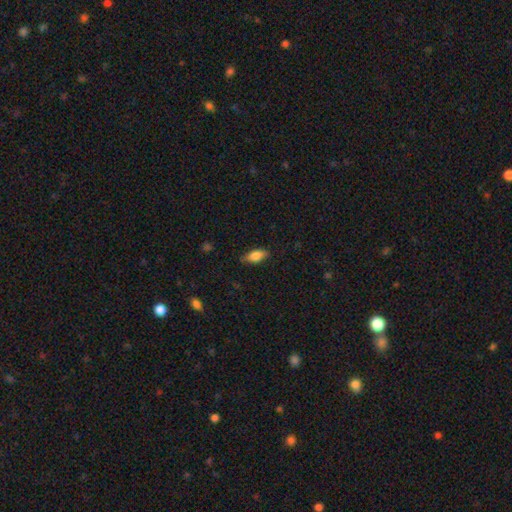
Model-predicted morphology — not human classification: A smooth galaxy with no disk features (80%) that is in between round and cigar-shaped (83%). Merging: none (81%).